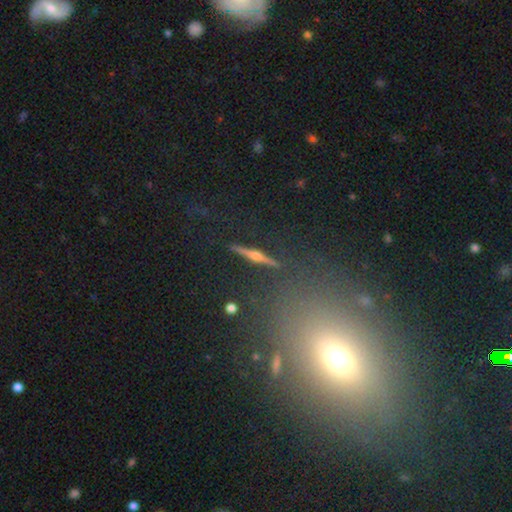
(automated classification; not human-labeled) A featured or disk galaxy (74%) viewed edge-on (95%) with a rounded central bulge (91%). Merging: none (89%).